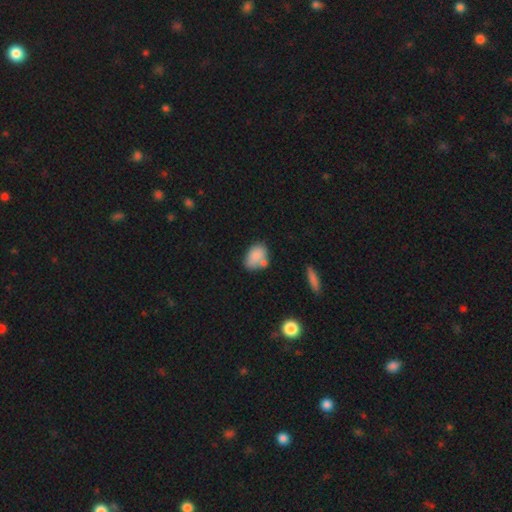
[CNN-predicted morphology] This is clearly a smooth galaxy (81%). How rounded: clearly in between (84%). Merging: possibly none (52%).